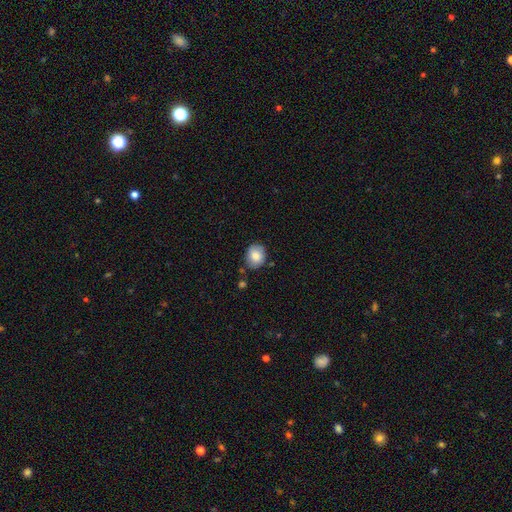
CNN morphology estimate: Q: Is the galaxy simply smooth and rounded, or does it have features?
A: smooth — 82%.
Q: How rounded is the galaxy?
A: round — 56%.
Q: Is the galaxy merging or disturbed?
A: none — 75%.